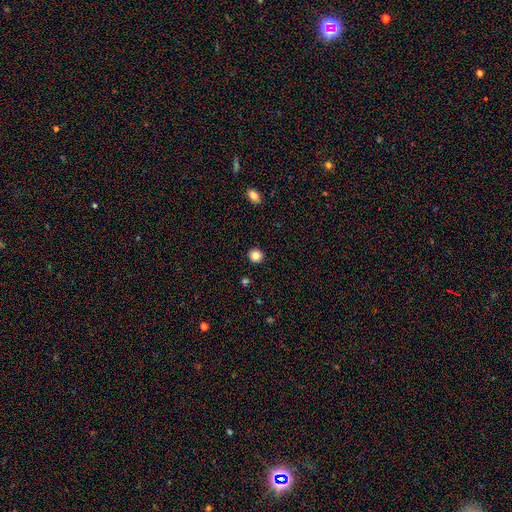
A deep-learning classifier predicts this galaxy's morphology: type=smooth (84%); roundness=round (91%); merging=none (92%).